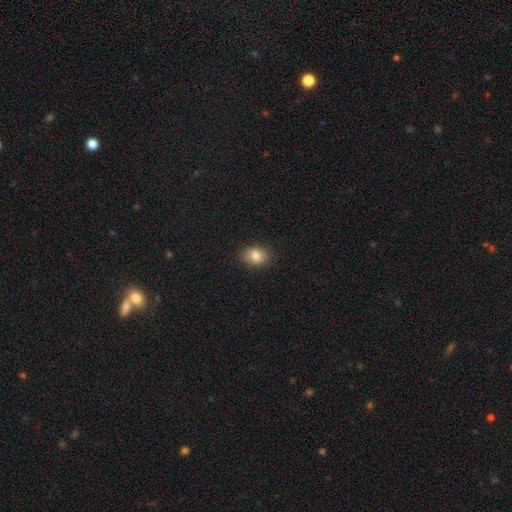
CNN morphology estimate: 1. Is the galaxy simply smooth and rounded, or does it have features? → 82% smooth, 9% featured or disk, 9% star or artifact.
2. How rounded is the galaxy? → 73% in between, 26% round, 1% cigar-shaped.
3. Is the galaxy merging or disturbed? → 86% none, 10% minor disturbance, 2% major disturbance, 1% merger.